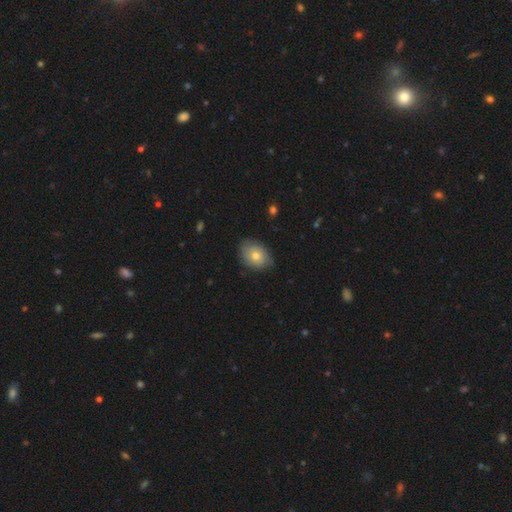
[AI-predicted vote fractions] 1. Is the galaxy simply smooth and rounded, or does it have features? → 62% smooth, 30% featured or disk, 8% star or artifact.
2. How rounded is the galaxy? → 72% in between, 27% round, 1% cigar-shaped.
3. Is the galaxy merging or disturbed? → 78% none, 18% minor disturbance, 3% major disturbance, 1% merger.